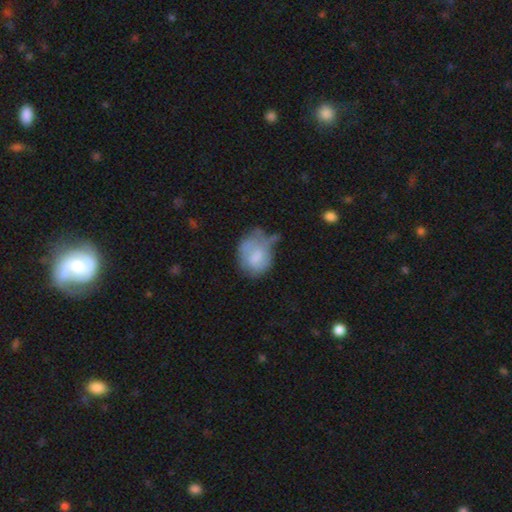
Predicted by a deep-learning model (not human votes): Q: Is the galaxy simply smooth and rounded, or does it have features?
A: smooth — 63%.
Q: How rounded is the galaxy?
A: in between — 58%.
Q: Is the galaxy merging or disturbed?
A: minor disturbance — 35%.